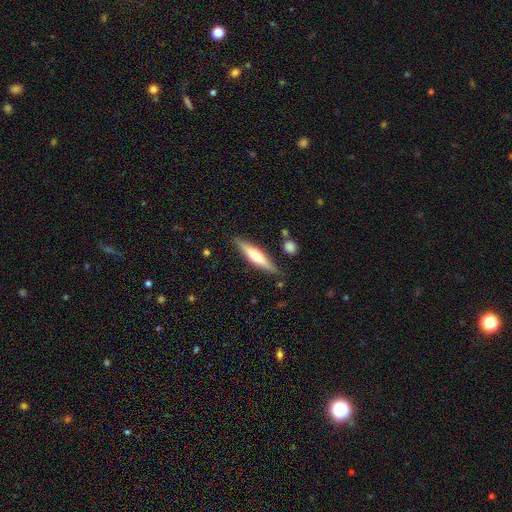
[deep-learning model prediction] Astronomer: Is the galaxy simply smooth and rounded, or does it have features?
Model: featured or disk — 53% (runner-up: smooth, 41%).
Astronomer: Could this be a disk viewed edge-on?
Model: yes — 94%.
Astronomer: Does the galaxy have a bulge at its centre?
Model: rounded — 80%.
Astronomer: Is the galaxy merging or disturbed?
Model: none — 85%.